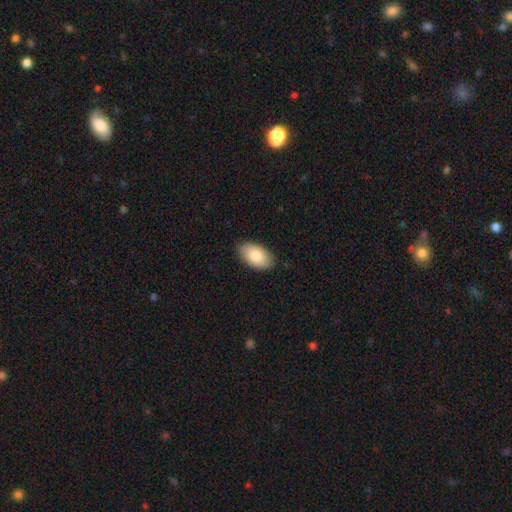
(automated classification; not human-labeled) A smooth galaxy with no disk features (85%) that is in between round and cigar-shaped (95%).

Vote fractions:
- Smooth or featured? smooth: 85% / featured or disk: 9% / star or artifact: 6%
- How rounded? in between: 95% / round: 4% / cigar-shaped: 1%
- Merging? none: 86% / minor disturbance: 11% / major disturbance: 2% / merger: 1%